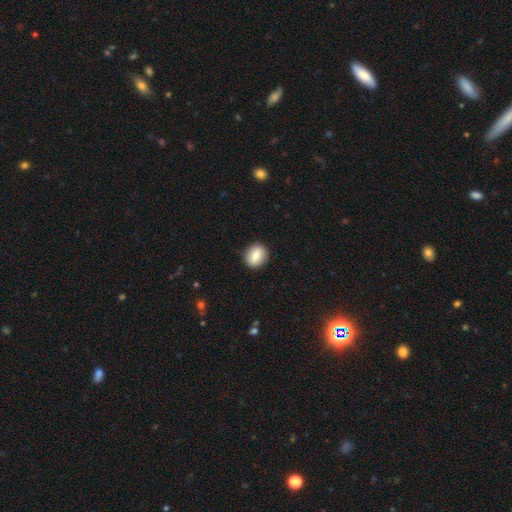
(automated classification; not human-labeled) Overall: smooth (76%). How rounded: round (65%; in between 33%). Merging: none (89%).